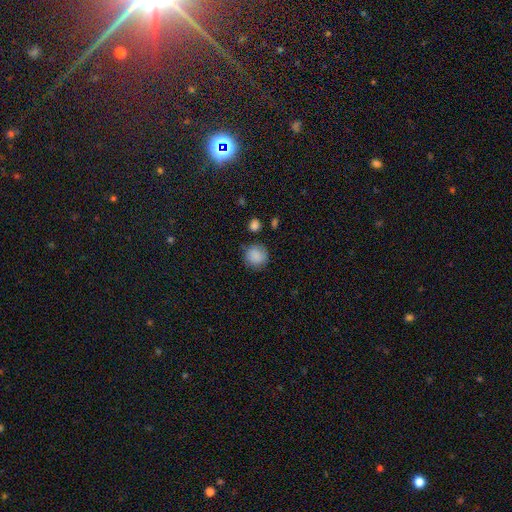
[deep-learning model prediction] Smooth or featured? Predicted: smooth (p=0.87). How rounded? Predicted: round (p=0.91). Merging? Predicted: none (p=0.80).